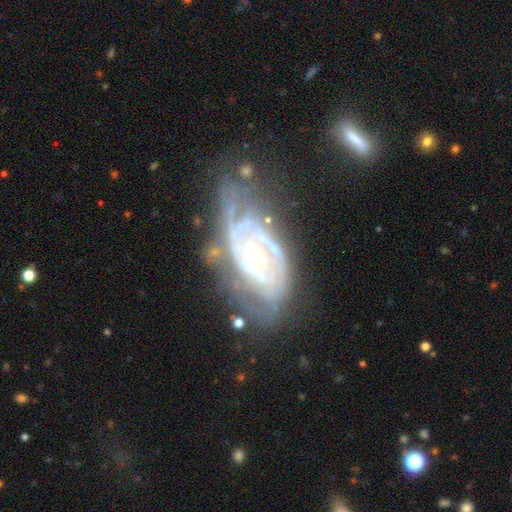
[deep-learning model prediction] Smooth or featured?
  - featured or disk: 85% *
  - smooth: 9%
  - star or artifact: 6%
Edge-on disk?
  - no: 94% *
  - yes: 6%
Bar?
  - no: 70% *
  - weak: 21%
  - strong: 9%
Spiral arms?
  - yes: 79% *
  - no: 21%
Spiral winding?
  - tight: 65% *
  - medium: 26%
  - loose: 9%
Spiral arm count?
  - can't tell: 46% *
  - 2: 28%
  - 3: 11%
  - 1: 6%
  - 4: 5%
  - more than 4: 4%
Bulge size?
  - moderate: 55% *
  - small: 39%
  - large: 3%
  - none: 1%
  - dominant: 1%
Merging?
  - none: 40% *
  - major disturbance: 27%
  - minor disturbance: 26%
  - merger: 6%